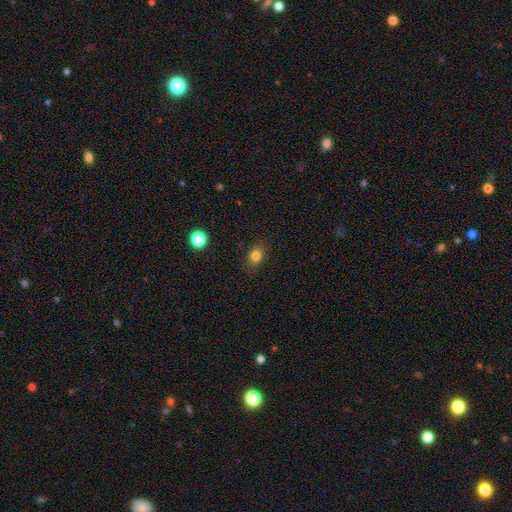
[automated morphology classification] Smooth or featured? Predicted: smooth (p=0.81). How rounded? Predicted: in between (p=0.57). Merging? Predicted: none (p=0.86).